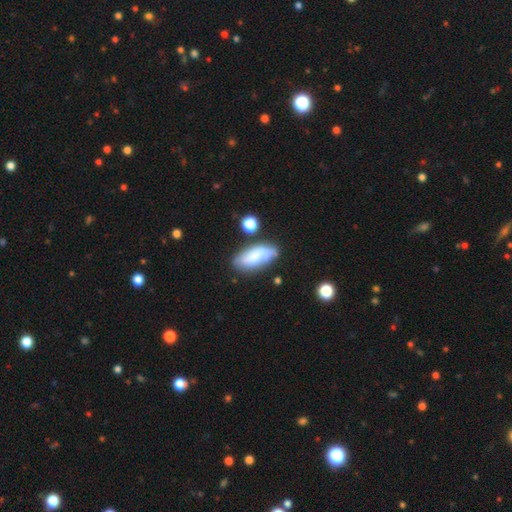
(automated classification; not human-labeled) Smooth or featured?
  - smooth: 67% *
  - featured or disk: 25%
  - star or artifact: 8%
How rounded?
  - in between: 85% *
  - cigar-shaped: 12%
  - round: 3%
Merging?
  - none: 65% *
  - minor disturbance: 21%
  - merger: 9%
  - major disturbance: 6%